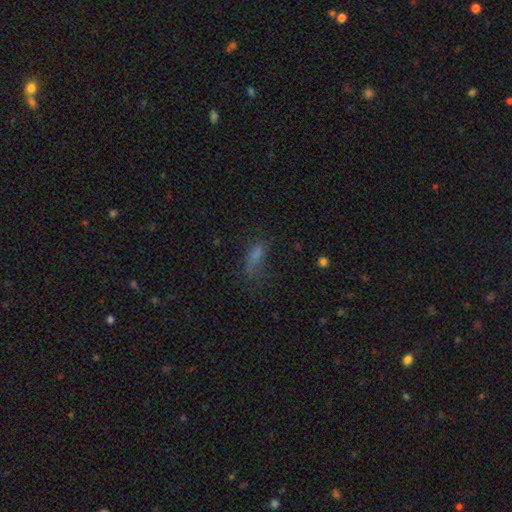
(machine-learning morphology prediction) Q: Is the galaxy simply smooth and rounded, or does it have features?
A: smooth — 65%.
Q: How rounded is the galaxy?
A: in between — 61%.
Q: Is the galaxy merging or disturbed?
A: none — 44%.